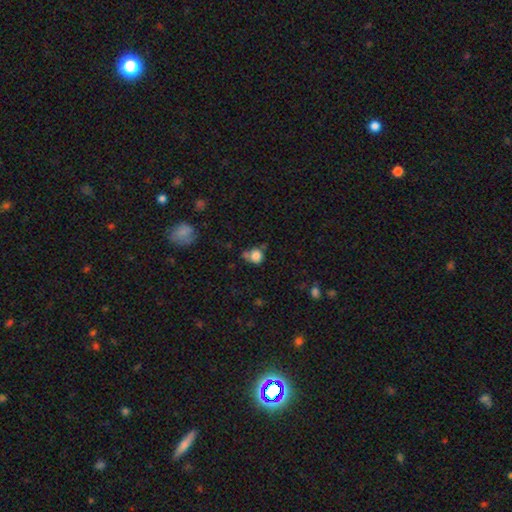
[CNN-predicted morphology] Smooth or featured: smooth — 81% (star or artifact — 11%)
How rounded: round — 82% (in between — 17%)
Merging: none — 50% (minor disturbance — 23%)